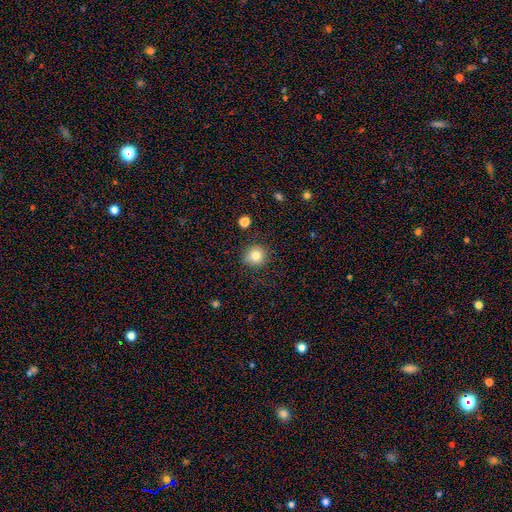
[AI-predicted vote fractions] smooth-or-featured: smooth: 80% | star or artifact: 12% | featured or disk: 8%
  how-rounded: round: 89% | in between: 10% | cigar-shaped: 1%
  merging: none: 82% | minor disturbance: 13% | major disturbance: 3% | merger: 2%